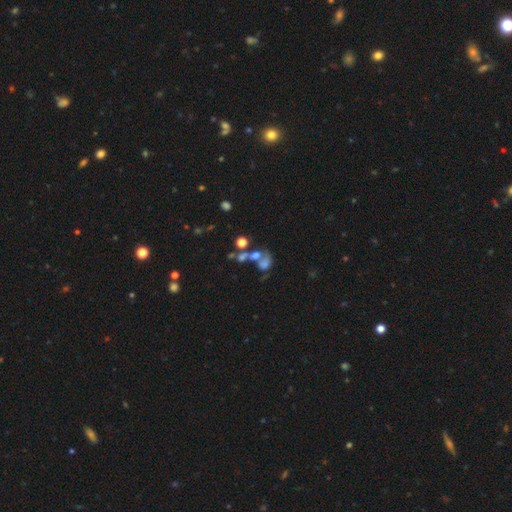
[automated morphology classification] type=smooth (45%); merging=merger (52%).